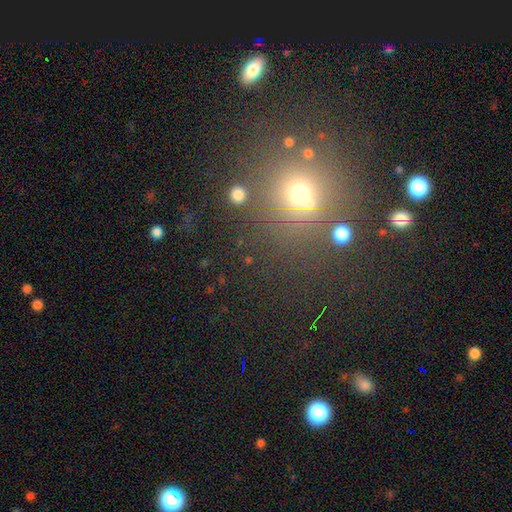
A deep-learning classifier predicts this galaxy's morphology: A smooth galaxy with no disk features (50%) that is round (86%).

Vote fractions:
- Smooth or featured? smooth: 50% / star or artifact: 39% / featured or disk: 10%
- How rounded? round: 86% / in between: 13% / cigar-shaped: 2%
- Merging? none: 81% / minor disturbance: 9% / merger: 5% / major disturbance: 5%